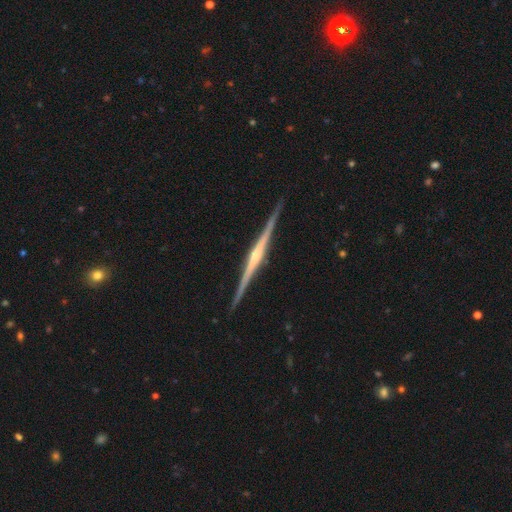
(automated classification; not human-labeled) Smooth or featured: featured or disk — 86% (smooth — 9%)
Edge-on disk: yes — 99% (no — 1%)
Edge-on bulge: rounded — 64% (none — 22%)
Merging: none — 91% (minor disturbance — 7%)